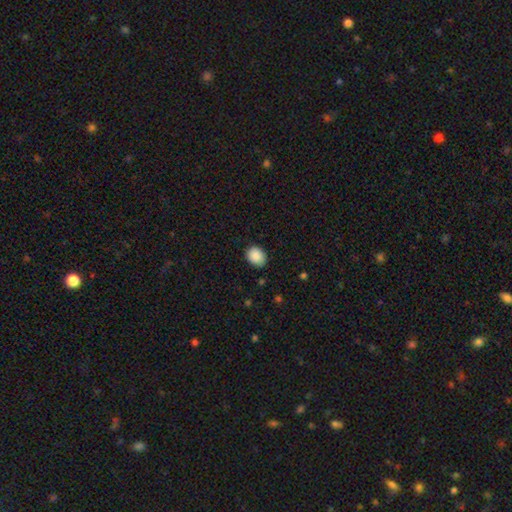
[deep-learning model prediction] Smooth or featured? smooth (89%)
How rounded? in between (56%)
Merging? none (83%)